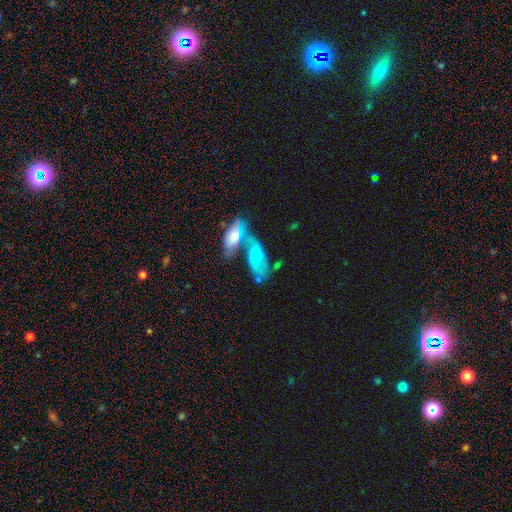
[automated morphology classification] A featured or disk galaxy (53%).

Vote fractions:
- Smooth or featured? featured or disk: 53% / smooth: 39% / star or artifact: 9%
- Edge-on disk? no: 84% / yes: 16%
- Merging? merger: 60% / none: 23% / minor disturbance: 10% / major disturbance: 7%